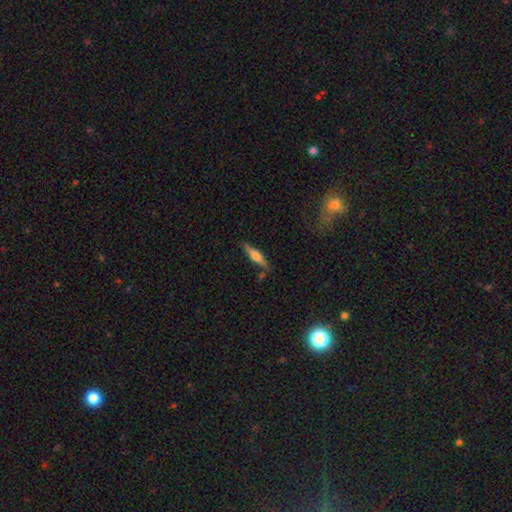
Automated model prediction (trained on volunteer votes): A featured or disk galaxy (52%) viewed edge-on (95%). Merging: none (80%).